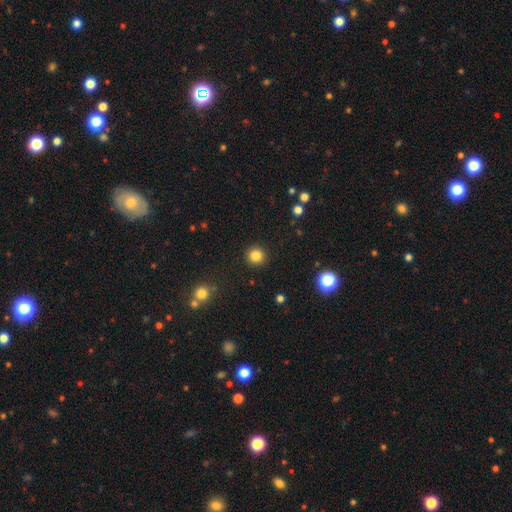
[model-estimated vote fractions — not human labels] Overall: smooth (84%). How rounded: round (94%). Merging: none (92%).